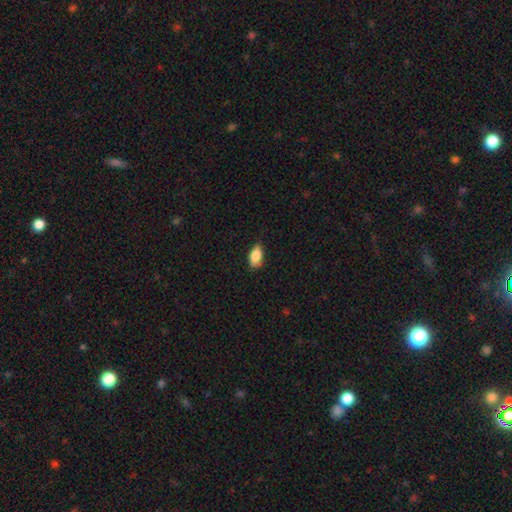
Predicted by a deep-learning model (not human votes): This appears to be a smooth galaxy with no disk features (85%) that is in between round and cigar-shaped (90%). Merging: none (74%).